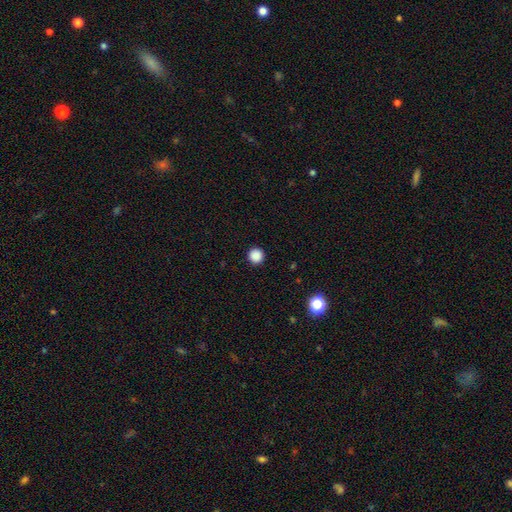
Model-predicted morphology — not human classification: Smooth or featured: smooth — 88% (star or artifact — 10%)
How rounded: round — 96% (in between — 3%)
Merging: none — 93% (minor disturbance — 4%)